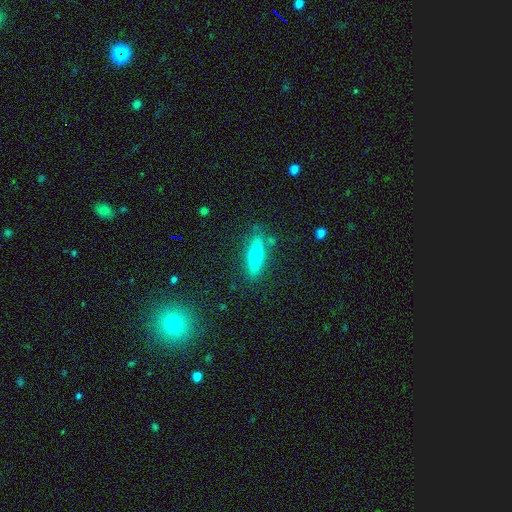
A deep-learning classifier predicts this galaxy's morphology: The model was most divided on "smooth or featured": featured or disk: 53%, smooth: 40%, star or artifact: 7%. More confident: edge-on disk — yes (90%); merging — none (83%).